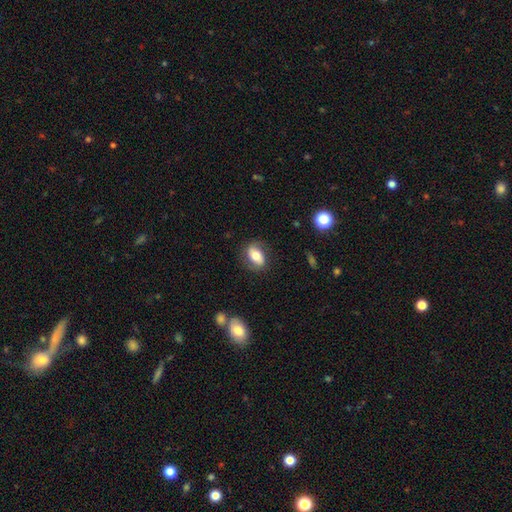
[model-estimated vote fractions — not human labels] smooth 60%, featured or disk 32%, star or artifact 7%. Down the decision tree: how rounded — in between (84%); merging — none (78%).